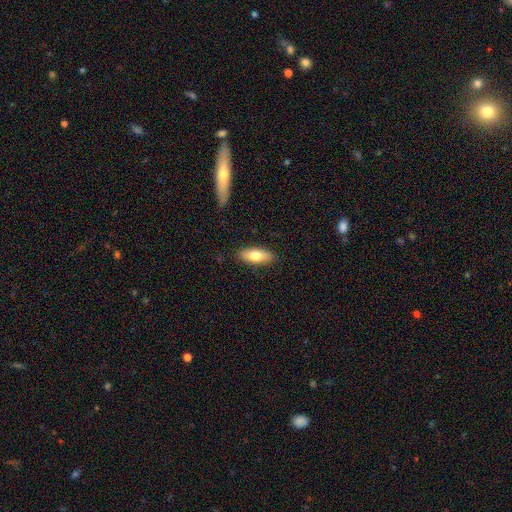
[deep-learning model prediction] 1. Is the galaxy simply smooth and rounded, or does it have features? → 75% smooth, 19% featured or disk, 6% star or artifact.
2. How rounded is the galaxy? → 73% in between, 25% cigar-shaped, 2% round.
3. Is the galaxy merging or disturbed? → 88% none, 9% minor disturbance, 2% major disturbance, 1% merger.